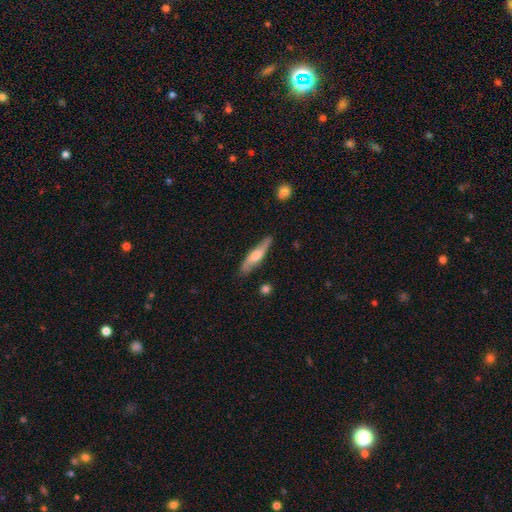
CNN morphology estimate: This appears to be a smooth galaxy with no disk features (50%). Merging: none (80%).